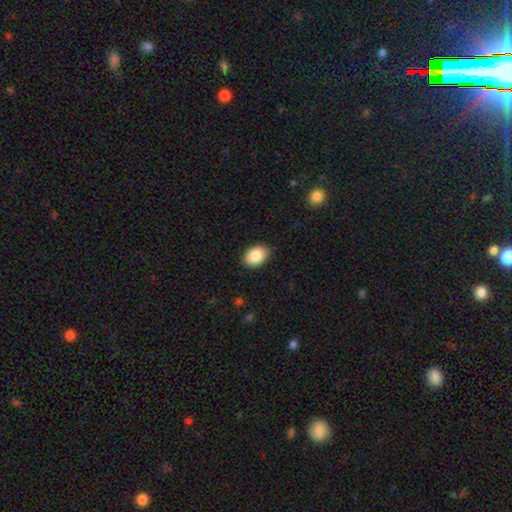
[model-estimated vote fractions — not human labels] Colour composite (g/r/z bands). It shows a smooth galaxy with no disk features (87%) that is in between round and cigar-shaped (81%). Merging: none (87%).